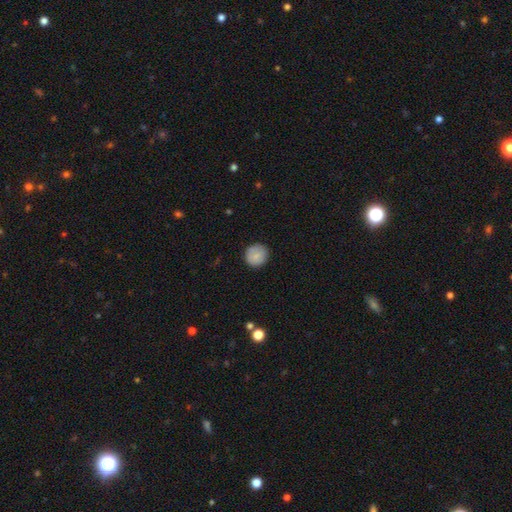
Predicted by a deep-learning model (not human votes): A smooth galaxy with no disk features (85%) that is round (92%). Merging: none (88%).